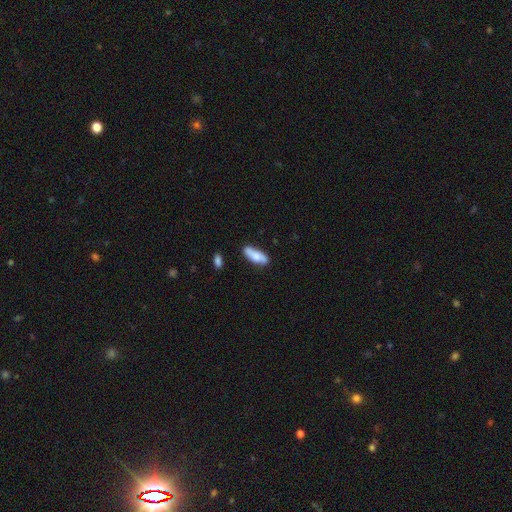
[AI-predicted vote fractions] Smooth or featured? Predicted: smooth (p=0.71). How rounded? Predicted: in between (p=0.65). Merging? Predicted: none (p=0.79).